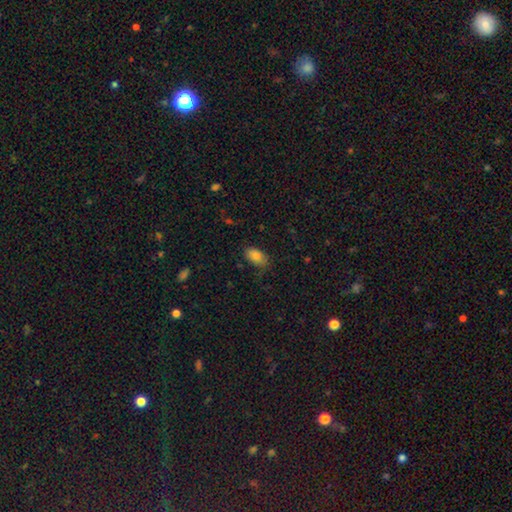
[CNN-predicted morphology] The model was most divided on "merging": none: 72%, minor disturbance: 22%, major disturbance: 5%, merger: 1%. More confident: how rounded — in between (92%); smooth or featured — smooth (83%).